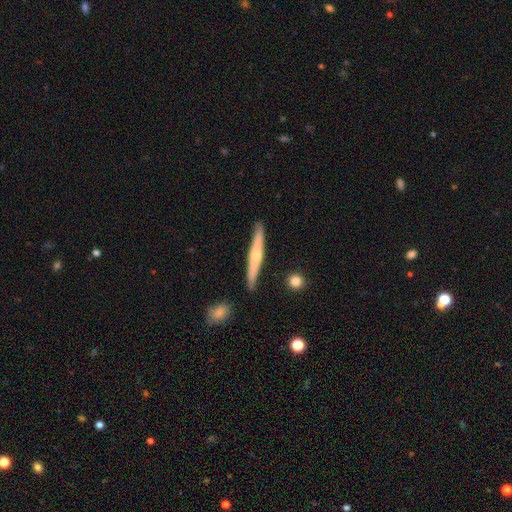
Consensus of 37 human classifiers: Smooth or featured? featured or disk (59%)
Edge-on disk? yes (100%)
Edge-on bulge? rounded (73%)
Merging? none (81%)